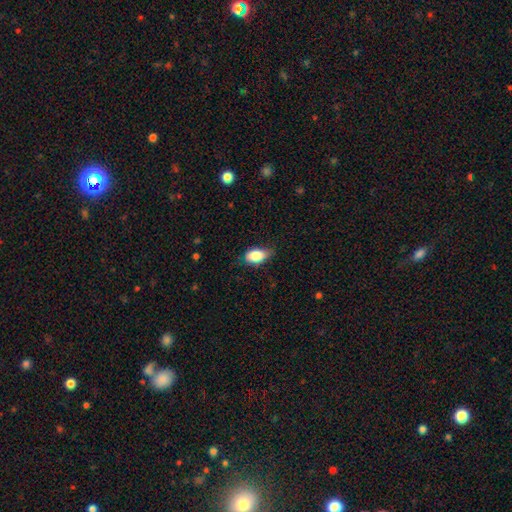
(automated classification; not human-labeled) This is clearly a smooth galaxy (84%). How rounded: clearly in between (89%). Merging: possibly none (57%).